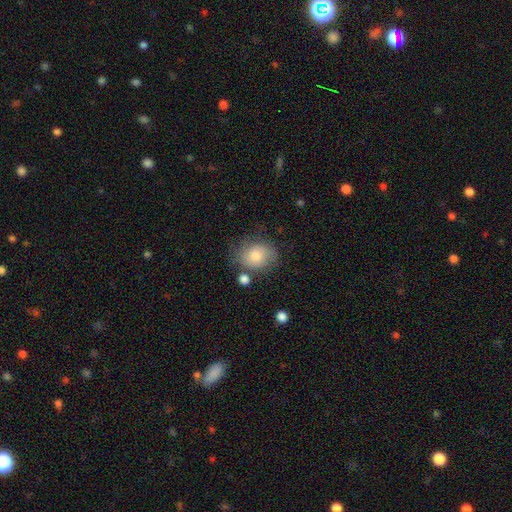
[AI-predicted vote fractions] A smooth galaxy with no disk features (74%) that is round (55%). Merging: none (64%).